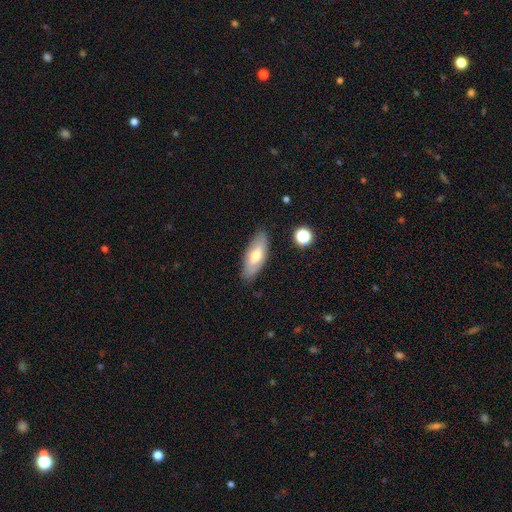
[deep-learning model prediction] Q: Smooth or featured?
A: smooth (60%); runner-up: featured or disk (33%)
Q: How rounded?
A: in between (77%); runner-up: cigar-shaped (21%)
Q: Merging?
A: none (83%); runner-up: minor disturbance (13%)